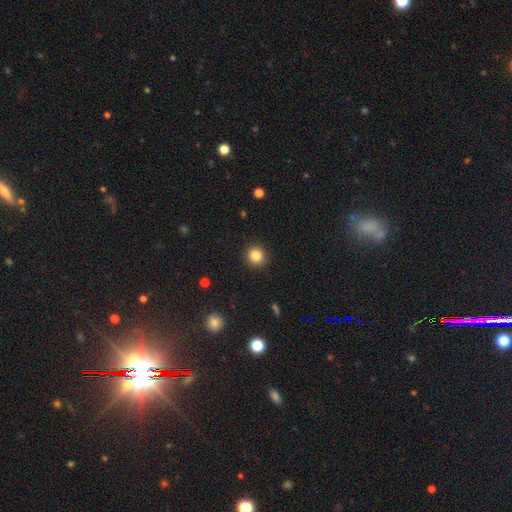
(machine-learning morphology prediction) A smooth galaxy with no disk features (84%) that is round (92%). Merging: none (92%).